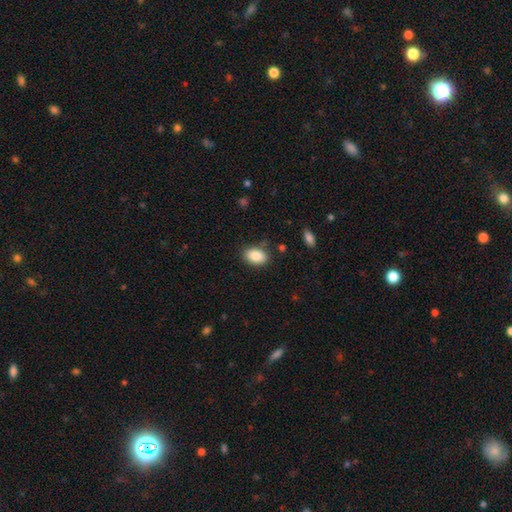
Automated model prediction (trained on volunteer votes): Morphology: type=smooth (87%); roundness=in between (89%); merging=none (82%).